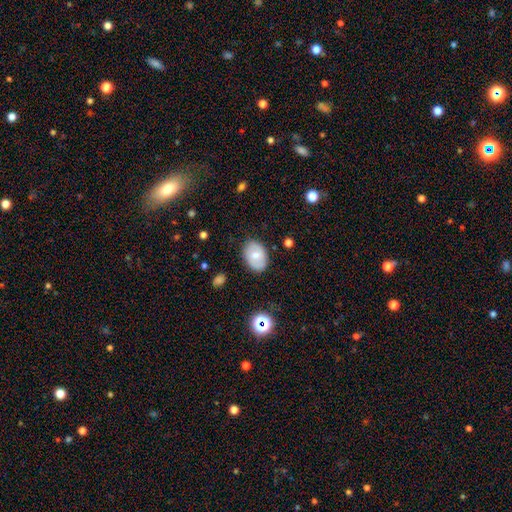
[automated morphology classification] smooth 58%, featured or disk 34%, star or artifact 8%. Down the decision tree: how rounded — in between (79%); merging — none (83%).